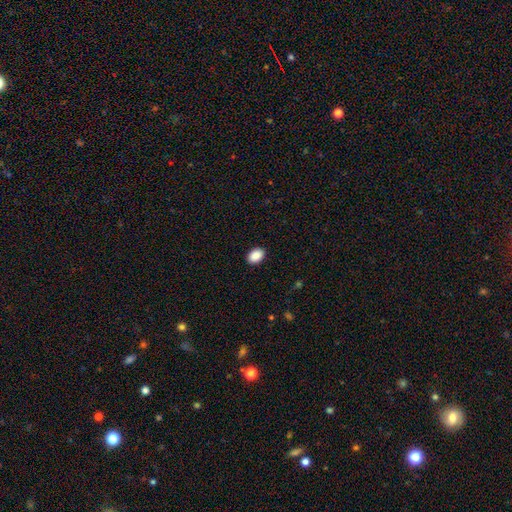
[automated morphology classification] A smooth galaxy with no disk features (90%) that is in between round and cigar-shaped (83%). Merging: none (90%).